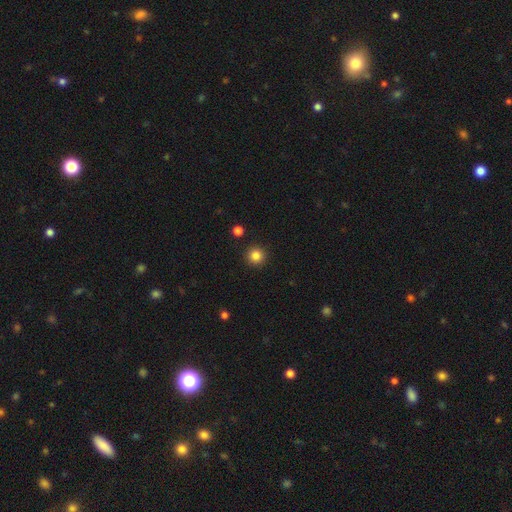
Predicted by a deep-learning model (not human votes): Q: Smooth or featured?
A: smooth (84%); runner-up: star or artifact (11%)
Q: How rounded?
A: round (95%); runner-up: in between (4%)
Q: Merging?
A: none (92%); runner-up: minor disturbance (5%)